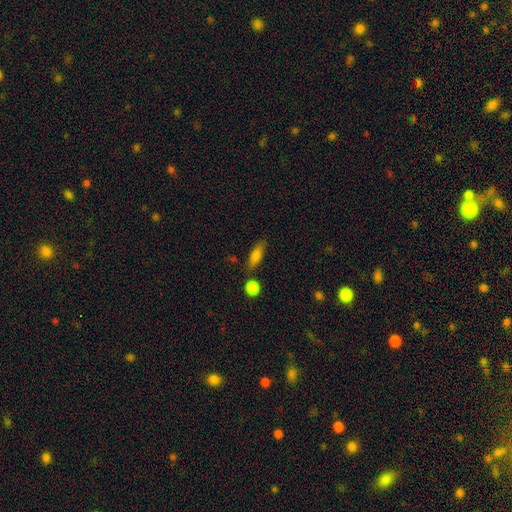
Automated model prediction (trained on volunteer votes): Smooth or featured? smooth (77%)
How rounded? in between (58%)
Merging? none (76%)